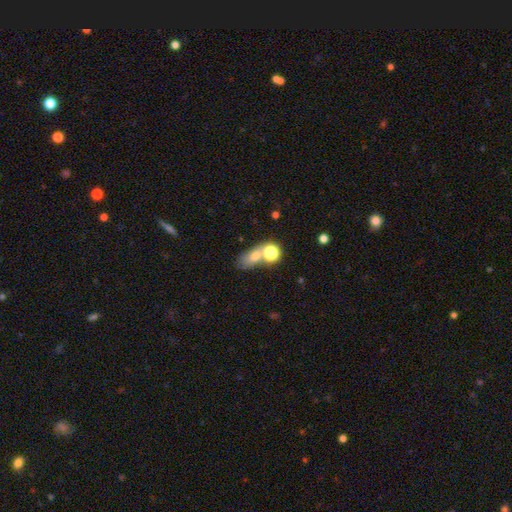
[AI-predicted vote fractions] Smooth or featured: smooth — 66% (star or artifact — 17%)
How rounded: in between — 64% (round — 29%)
Merging: none — 40% (merger — 39%)